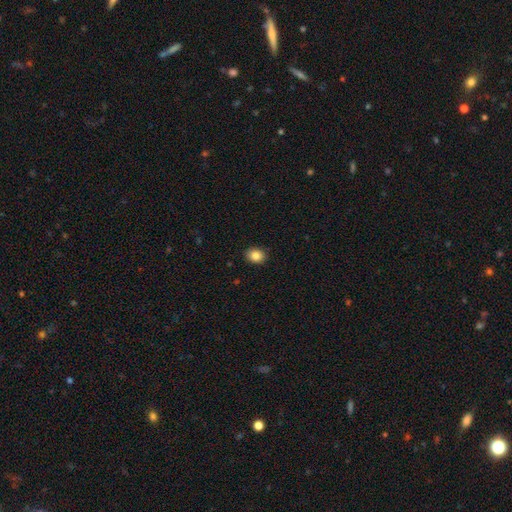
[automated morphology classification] smooth 85%, star or artifact 9%, featured or disk 6%. Down the decision tree: how rounded — in between (50%); merging — none (90%).